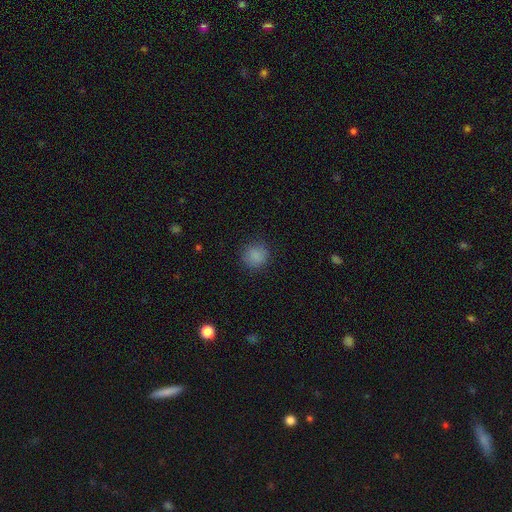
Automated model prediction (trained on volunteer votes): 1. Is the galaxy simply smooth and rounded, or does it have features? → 85% smooth, 10% star or artifact, 4% featured or disk.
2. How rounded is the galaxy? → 90% round, 9% in between, 1% cigar-shaped.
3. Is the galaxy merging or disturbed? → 85% none, 10% minor disturbance, 4% major disturbance, 1% merger.